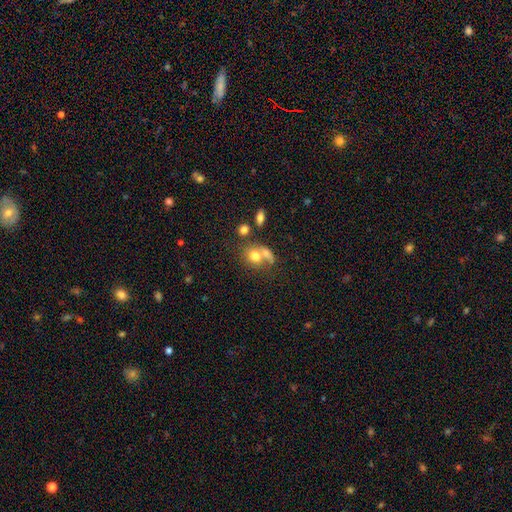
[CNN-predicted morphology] smooth 73%, featured or disk 16%, star or artifact 11%. Down the decision tree: how rounded — round (53%); merging — merger (46%).